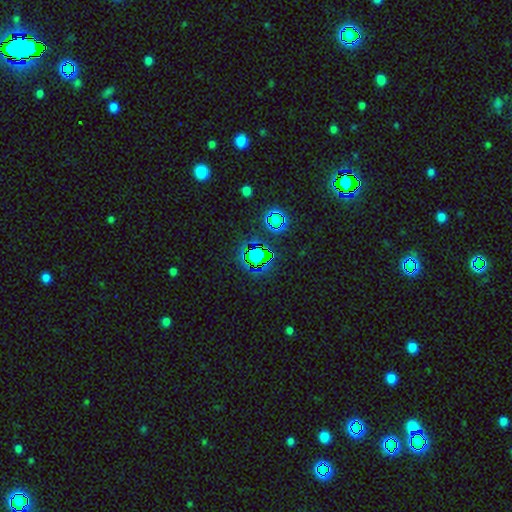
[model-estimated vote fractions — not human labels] smooth_or_featured: star or artifact (p=0.68) [alt: smooth p=0.22]